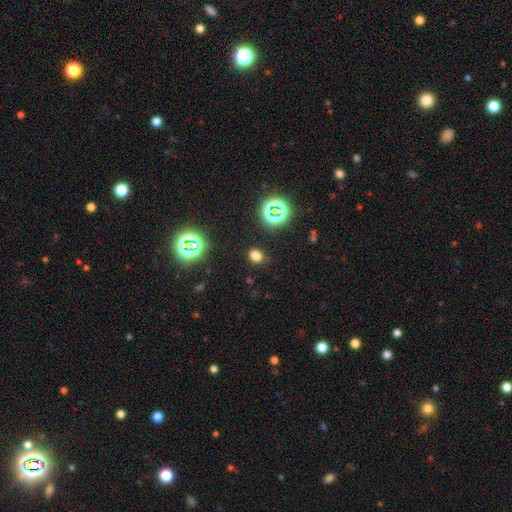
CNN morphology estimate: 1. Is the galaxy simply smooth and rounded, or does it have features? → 70% smooth, 25% star or artifact, 5% featured or disk.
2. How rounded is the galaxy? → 57% round, 42% in between, 1% cigar-shaped.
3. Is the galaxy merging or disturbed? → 85% none, 10% minor disturbance, 3% major disturbance, 2% merger.